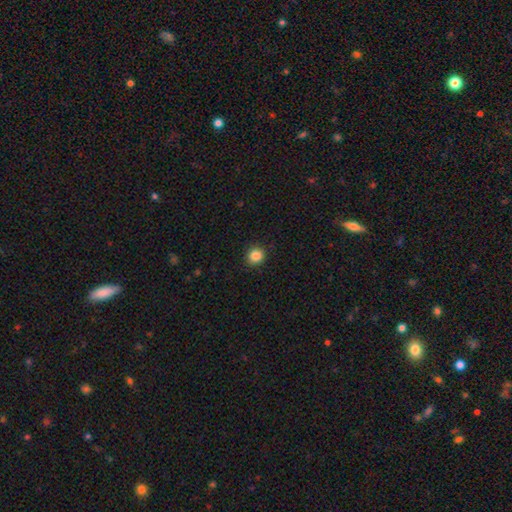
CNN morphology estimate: Q: Smooth or featured?
A: smooth (85%); runner-up: star or artifact (11%)
Q: How rounded?
A: round (85%); runner-up: in between (14%)
Q: Merging?
A: none (90%); runner-up: minor disturbance (7%)